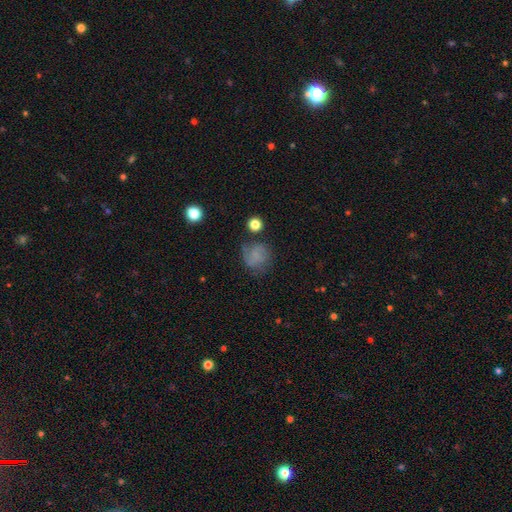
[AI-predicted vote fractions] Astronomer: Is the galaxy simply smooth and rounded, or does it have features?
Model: smooth — 67%.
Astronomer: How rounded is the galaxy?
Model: round — 79%.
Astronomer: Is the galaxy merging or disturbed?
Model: none — 58%.